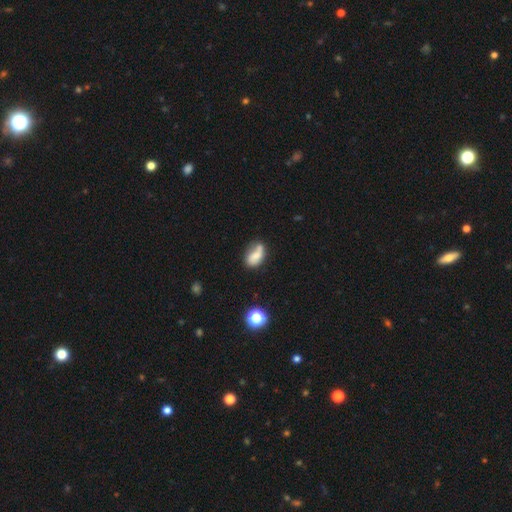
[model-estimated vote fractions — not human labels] smooth 66%, featured or disk 23%, star or artifact 11%. Down the decision tree: how rounded — in between (84%); merging — none (38%).